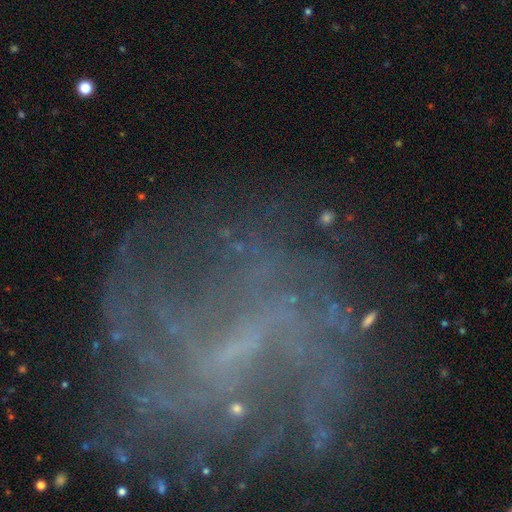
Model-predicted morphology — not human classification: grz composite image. It shows a featured or disk galaxy (77%) with a weak bar (46%), medium (39%) spiral arms (88%) and a small central bulge (48%). Merging: none (62%).